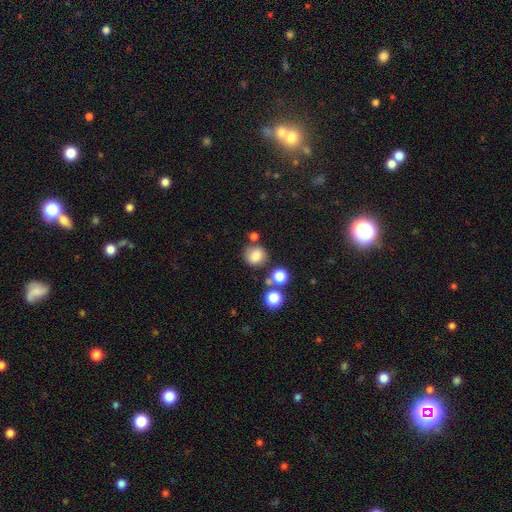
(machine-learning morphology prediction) Smooth or featured? smooth (80%)
How rounded? round (83%)
Merging? none (71%)